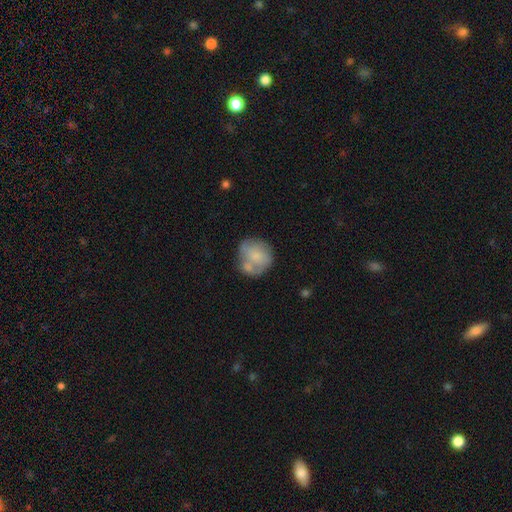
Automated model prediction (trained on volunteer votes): A smooth galaxy with no disk features (58%) that is round (79%).

Vote fractions:
- Smooth or featured? smooth: 58% / featured or disk: 35% / star or artifact: 7%
- How rounded? round: 79% / in between: 20% / cigar-shaped: 1%
- Merging? none: 40% / merger: 31% / minor disturbance: 19% / major disturbance: 9%